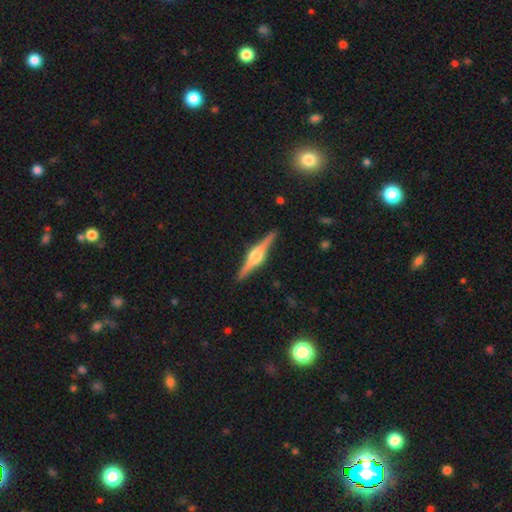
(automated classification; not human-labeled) Morphology: type=featured or disk (84%); edge-on=yes (98%); edge-on bulge=rounded (92%); merging=none (91%).